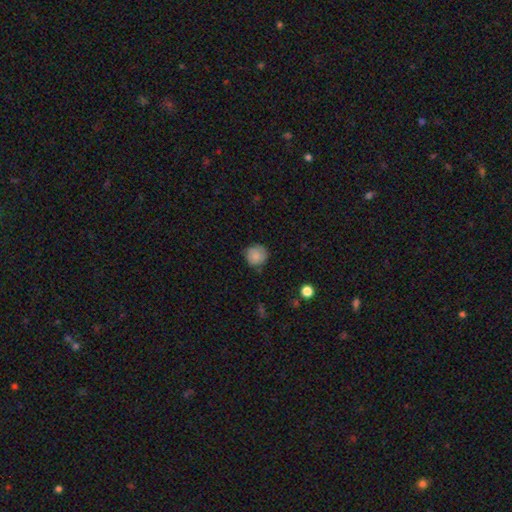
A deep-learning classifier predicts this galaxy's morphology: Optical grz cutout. It shows a smooth galaxy with no disk features (81%) that is round (91%). Merging: none (73%).